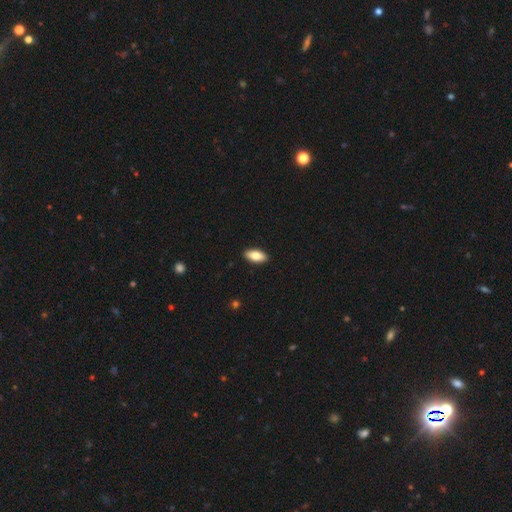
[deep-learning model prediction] Overall: smooth (80%). How rounded: in between (88%). Merging: none (91%).